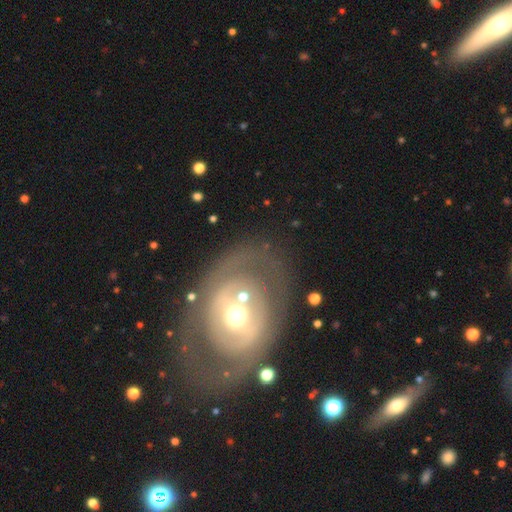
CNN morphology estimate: This appears to be a featured or disk galaxy (73%) with no bar (61%), spiral arms (57%) and a moderate central bulge (63%). Merging: none (68%).